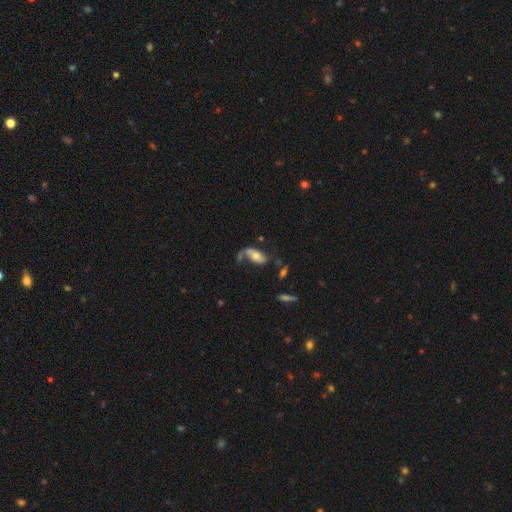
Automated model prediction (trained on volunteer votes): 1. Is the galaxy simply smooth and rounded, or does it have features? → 51% featured or disk, 41% smooth, 8% star or artifact.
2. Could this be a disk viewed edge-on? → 85% no, 15% yes.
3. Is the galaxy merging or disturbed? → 38% none, 27% major disturbance, 21% minor disturbance, 14% merger.